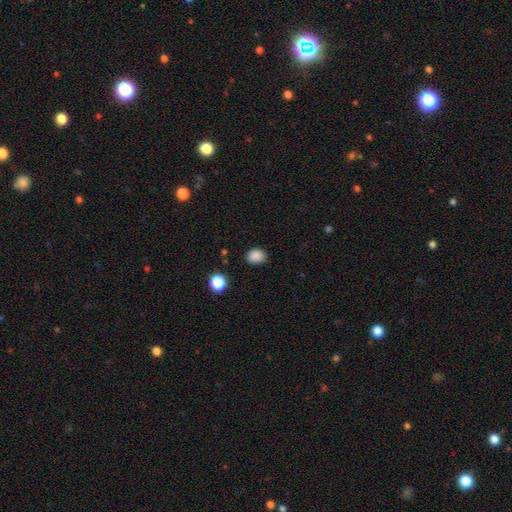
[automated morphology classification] type=smooth (86%); roundness=round (51%); merging=none (84%).